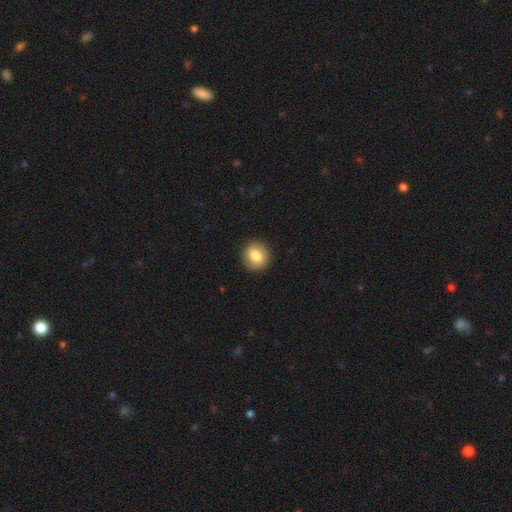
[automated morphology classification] A smooth galaxy with no disk features (82%) that is round (81%). Merging: none (90%).